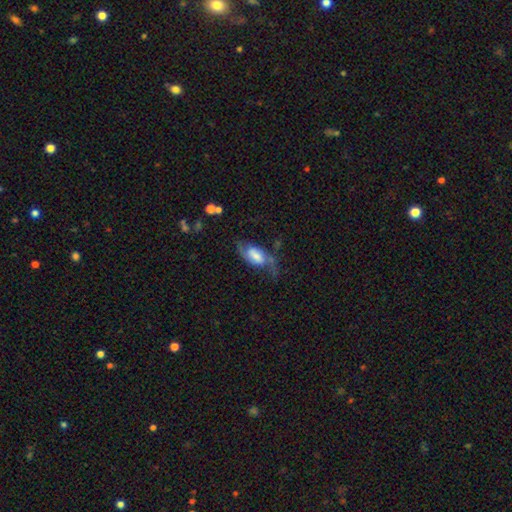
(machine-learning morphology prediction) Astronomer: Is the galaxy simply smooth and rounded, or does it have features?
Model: featured or disk — 66%.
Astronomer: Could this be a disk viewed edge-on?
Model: no — 93%.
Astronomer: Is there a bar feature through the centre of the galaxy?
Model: weak — 45% (runner-up: no, 35%).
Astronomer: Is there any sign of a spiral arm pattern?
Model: yes — 89%.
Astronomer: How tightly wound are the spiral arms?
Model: loose — 53% (runner-up: medium, 36%).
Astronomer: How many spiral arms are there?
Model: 2 — 86%.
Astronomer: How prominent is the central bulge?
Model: moderate — 31% (runner-up: large, 27%).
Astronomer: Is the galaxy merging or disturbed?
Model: none — 49%.